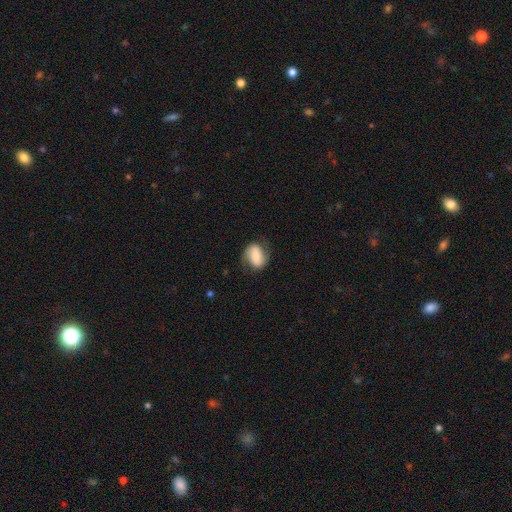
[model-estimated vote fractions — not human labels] Smooth or featured? smooth (52%)
How rounded? in between (72%)
Merging? none (68%)